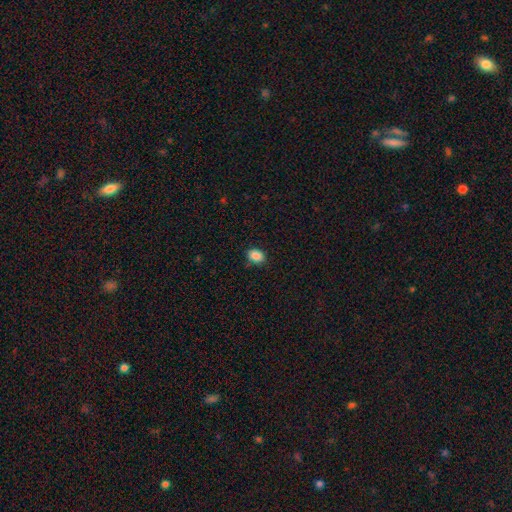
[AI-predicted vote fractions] This appears to be a smooth galaxy with no disk features (88%) that is in between round and cigar-shaped (72%). Merging: none (82%).